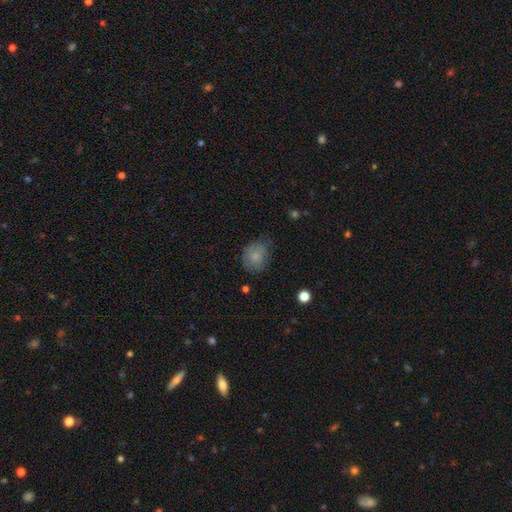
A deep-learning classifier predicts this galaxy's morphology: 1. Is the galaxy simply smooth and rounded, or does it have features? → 75% smooth, 17% featured or disk, 8% star or artifact.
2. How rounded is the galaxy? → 54% round, 45% in between, 1% cigar-shaped.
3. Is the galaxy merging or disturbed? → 60% none, 29% minor disturbance, 9% major disturbance, 2% merger.